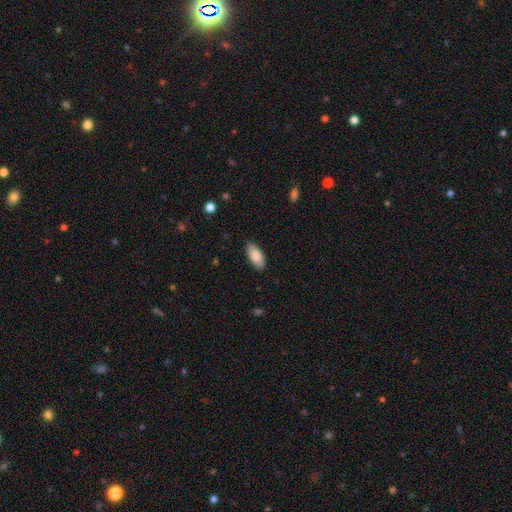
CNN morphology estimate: Smooth or featured? smooth (85%)
How rounded? in between (88%)
Merging? none (86%)